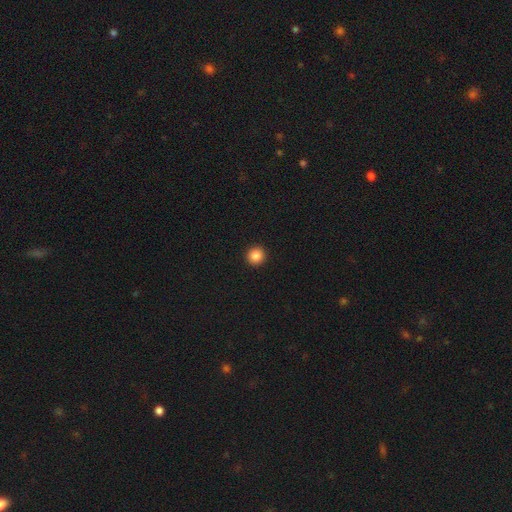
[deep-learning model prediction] Morphology: type=smooth (86%); roundness=round (95%); merging=none (94%).